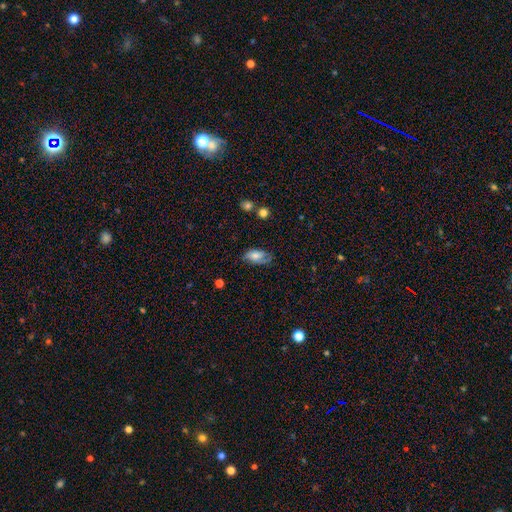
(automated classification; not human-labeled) Smooth or featured? Predicted: smooth (p=0.57). How rounded? Predicted: in between (p=0.90). Merging? Predicted: none (p=0.59).